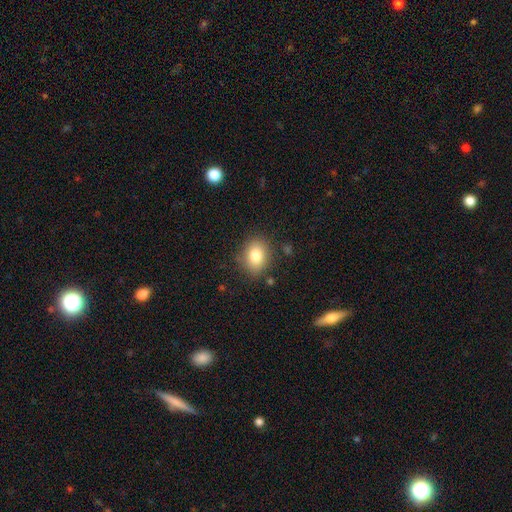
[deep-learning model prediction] A smooth galaxy with no disk features (81%) that is in between round and cigar-shaped (53%).

Vote fractions:
- Smooth or featured? smooth: 81% / star or artifact: 10% / featured or disk: 9%
- How rounded? in between: 53% / round: 45% / cigar-shaped: 1%
- Merging? none: 82% / minor disturbance: 12% / major disturbance: 4% / merger: 2%